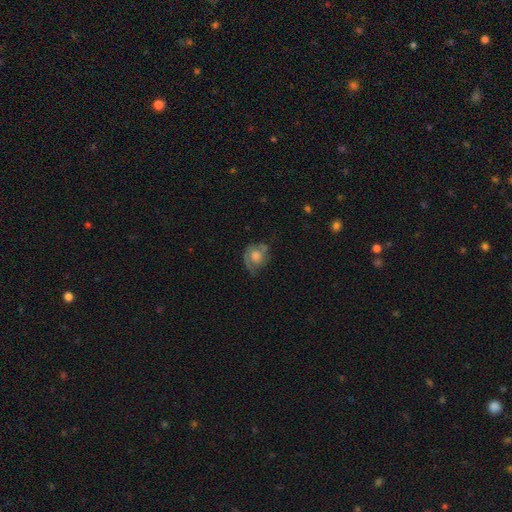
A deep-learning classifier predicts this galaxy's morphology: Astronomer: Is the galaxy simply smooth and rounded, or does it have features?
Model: featured or disk — 57% (runner-up: smooth, 34%).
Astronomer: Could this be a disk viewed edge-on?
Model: no — 97%.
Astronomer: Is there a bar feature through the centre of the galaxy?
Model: no — 77%.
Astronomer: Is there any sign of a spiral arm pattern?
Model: yes — 77%.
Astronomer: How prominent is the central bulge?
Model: moderate — 40% (runner-up: large, 37%).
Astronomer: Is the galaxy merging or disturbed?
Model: none — 54%.